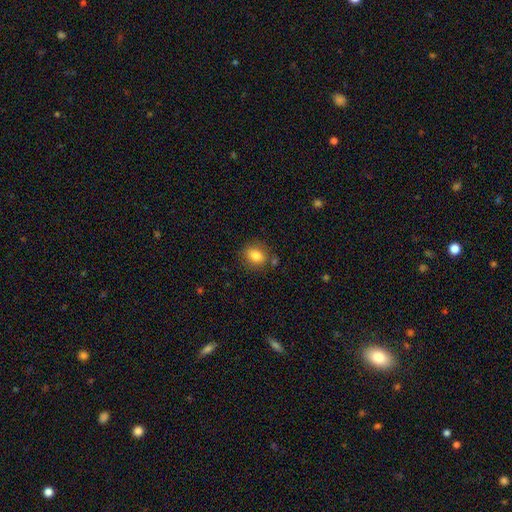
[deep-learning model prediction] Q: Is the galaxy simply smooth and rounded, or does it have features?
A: smooth — 82%.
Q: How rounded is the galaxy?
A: round — 50%.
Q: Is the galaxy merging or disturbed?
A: none — 80%.